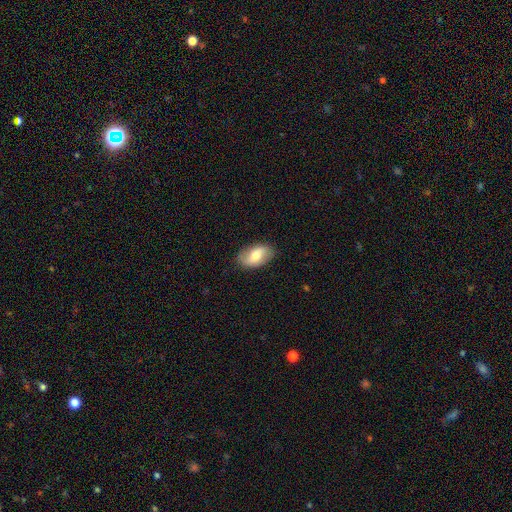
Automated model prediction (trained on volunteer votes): This is possibly a smooth galaxy (59%). How rounded: clearly in between (92%). Merging: clearly none (83%).